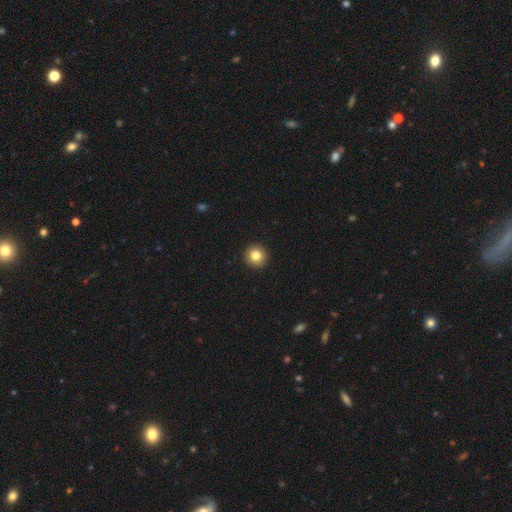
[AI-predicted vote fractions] The model was most divided on "smooth or featured": smooth: 83%, star or artifact: 10%, featured or disk: 7%. More confident: how rounded — round (96%); merging — none (93%).